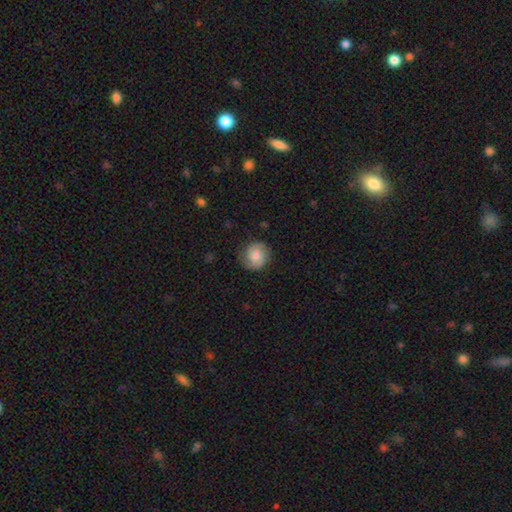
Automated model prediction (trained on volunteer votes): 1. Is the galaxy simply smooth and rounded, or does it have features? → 60% smooth, 32% featured or disk, 8% star or artifact.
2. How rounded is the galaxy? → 89% round, 10% in between, 1% cigar-shaped.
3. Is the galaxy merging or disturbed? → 80% none, 14% minor disturbance, 4% major disturbance, 1% merger.